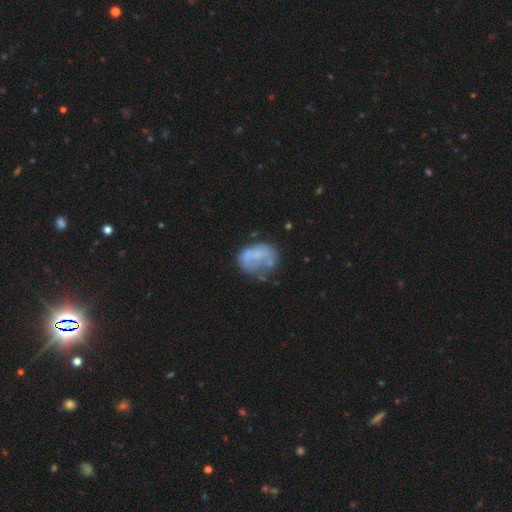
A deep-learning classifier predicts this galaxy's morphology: smooth_or_featured: featured or disk (p=0.46) [alt: smooth p=0.45]
merging: none (p=0.40) [alt: minor disturbance p=0.25]